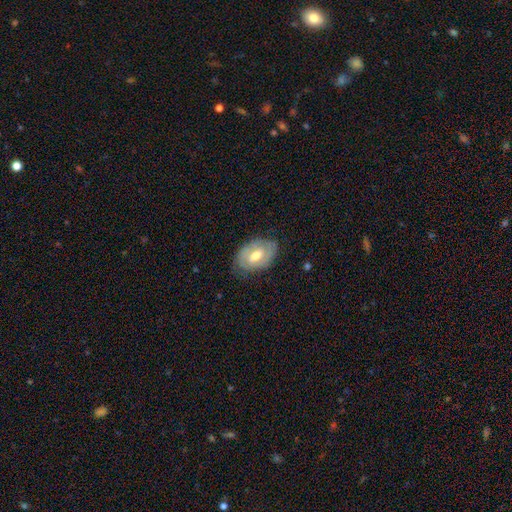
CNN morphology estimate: The model was most divided on "spiral arms": yes: 52%, no: 48%. Remaining: edge-on disk — no (92%); merging — none (72%); bulge size — moderate (72%); smooth or featured — featured or disk (54%); bar — weak (49%).